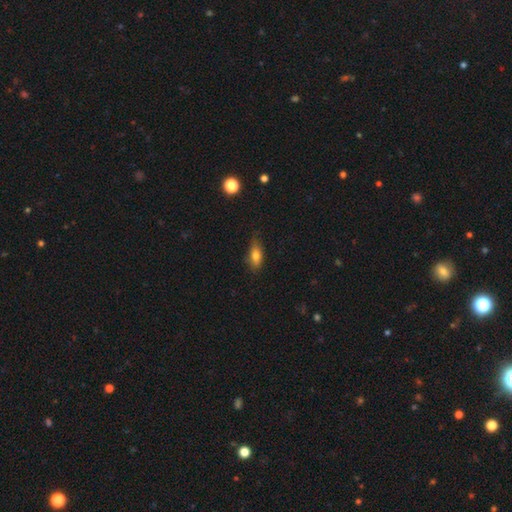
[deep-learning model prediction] smooth 77%, featured or disk 14%, star or artifact 9%. Down the decision tree: how rounded — in between (80%); merging — none (70%).